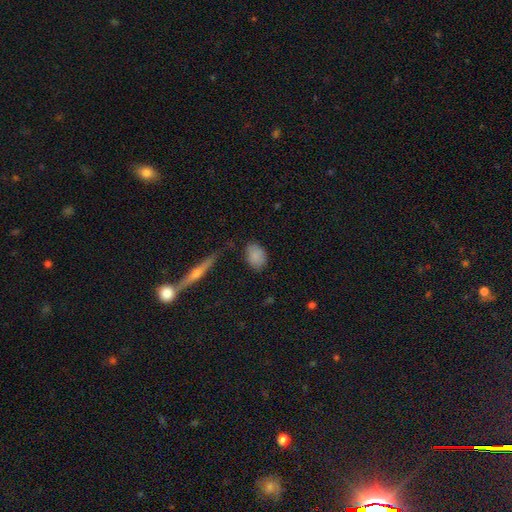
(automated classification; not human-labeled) Morphology: type=smooth (84%); roundness=in between (74%); merging=none (73%).